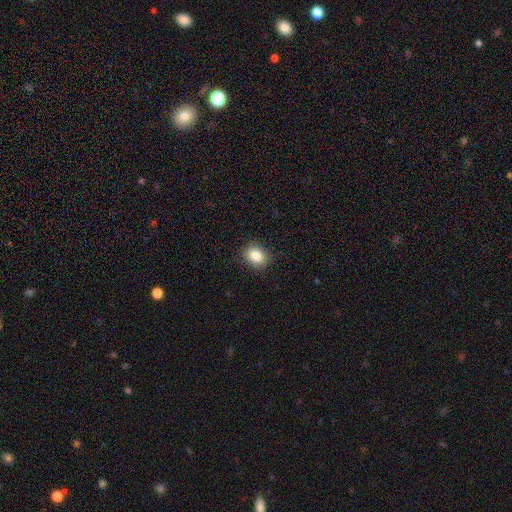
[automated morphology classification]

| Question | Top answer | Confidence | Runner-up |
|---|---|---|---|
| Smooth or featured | smooth | 85% | star or artifact (9%) |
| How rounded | in between | 51% | round (48%) |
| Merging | none | 86% | minor disturbance (10%) |